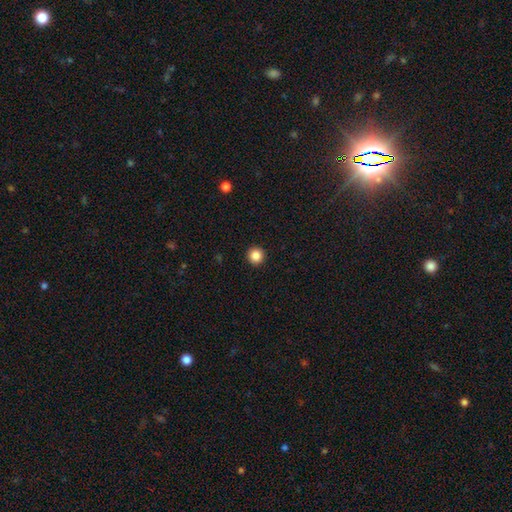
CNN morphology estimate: Smooth or featured? Predicted: smooth (p=0.86). How rounded? Predicted: round (p=0.96). Merging? Predicted: none (p=0.94).